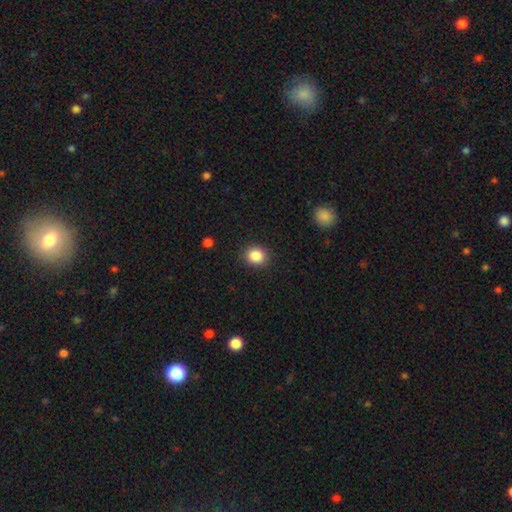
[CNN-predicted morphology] A smooth galaxy with no disk features (86%) that is round (77%).

Vote fractions:
- Smooth or featured? smooth: 86% / star or artifact: 10% / featured or disk: 4%
- How rounded? round: 77% / in between: 22% / cigar-shaped: 1%
- Merging? none: 88% / minor disturbance: 8% / major disturbance: 2% / merger: 1%